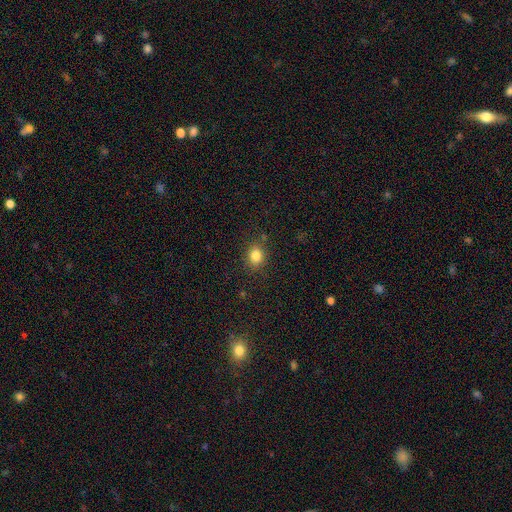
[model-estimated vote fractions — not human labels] Smooth or featured? smooth (83%)
How rounded? round (60%)
Merging? none (83%)